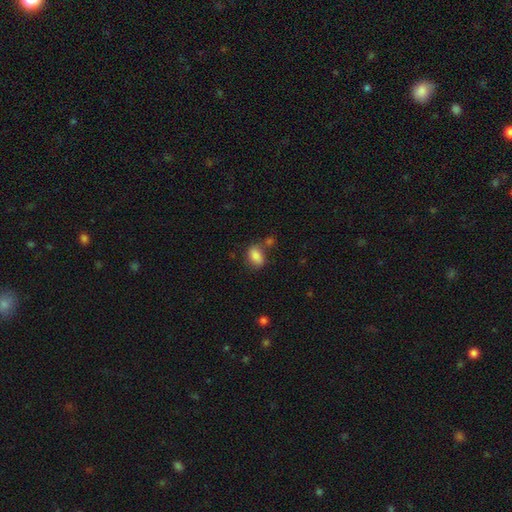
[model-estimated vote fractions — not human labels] Smooth or featured? smooth (85%)
How rounded? in between (84%)
Merging? none (60%)